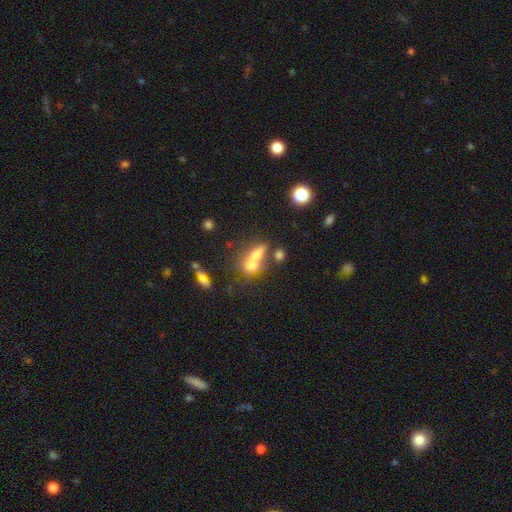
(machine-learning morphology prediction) This is possibly a smooth galaxy (56%). How rounded: possibly in between (51%). Merging: possibly merger (57%).